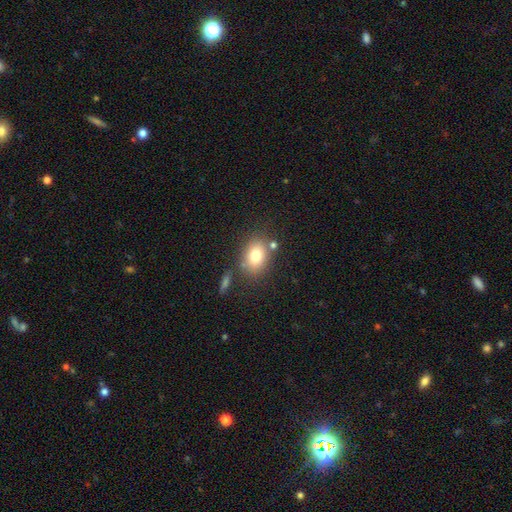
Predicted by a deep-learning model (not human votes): Smooth or featured? Predicted: smooth (p=0.77). How rounded? Predicted: in between (p=0.72). Merging? Predicted: none (p=0.72).